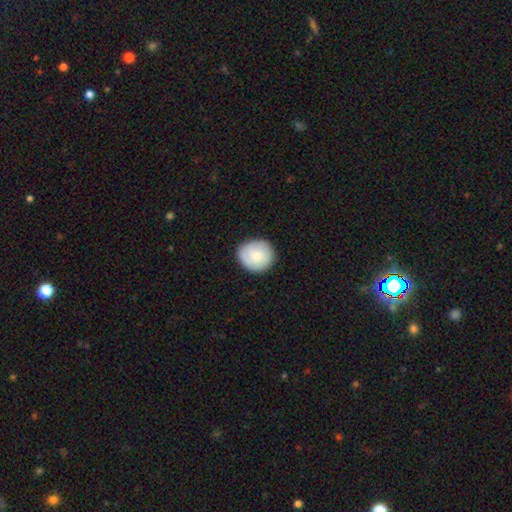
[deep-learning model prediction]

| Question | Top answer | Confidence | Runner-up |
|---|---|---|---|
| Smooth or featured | smooth | 77% | featured or disk (17%) |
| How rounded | round | 85% | in between (14%) |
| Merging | none | 84% | minor disturbance (12%) |